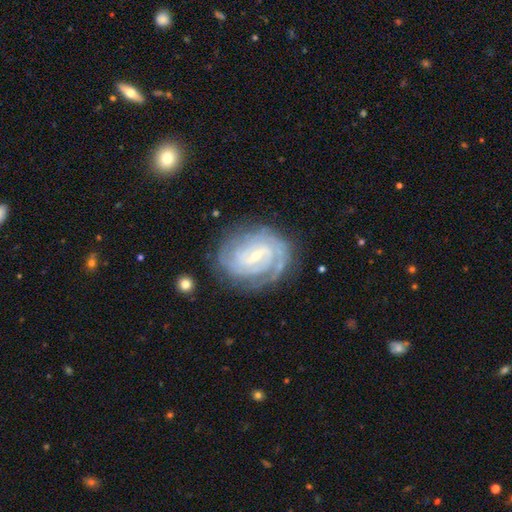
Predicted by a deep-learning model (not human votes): Morphology: type=featured or disk (89%); edge-on=no (97%); bar=weak (53%); spiral arms=yes (97%); winding=tight (75%); arm count=2 (37%); bulge=small (73%); merging=none (77%).